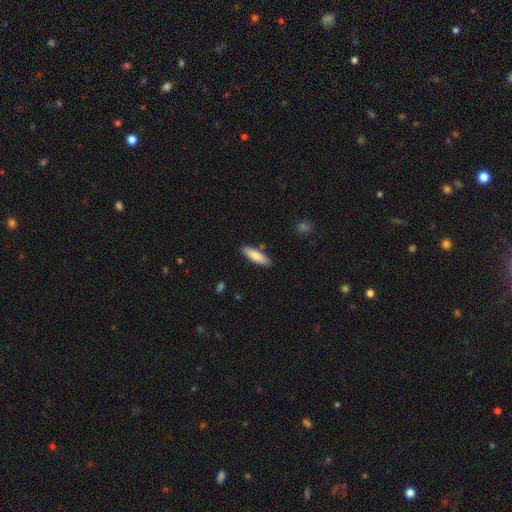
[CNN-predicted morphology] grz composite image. It shows a smooth galaxy with no disk features (79%) that is cigar-shaped (59%). Merging: none (85%).